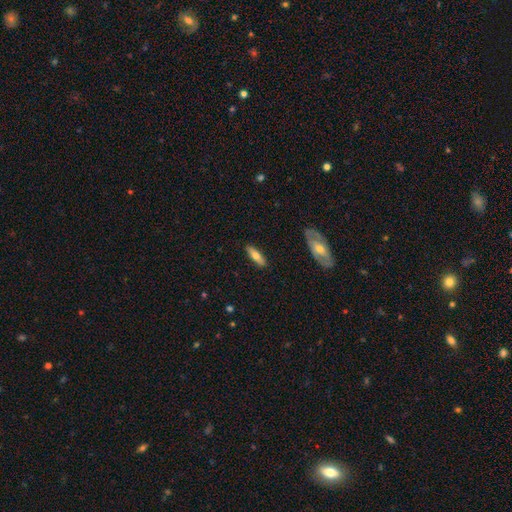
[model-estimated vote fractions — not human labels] A smooth galaxy with no disk features (59%) that is cigar-shaped (54%).

Vote fractions:
- Smooth or featured? smooth: 59% / featured or disk: 35% / star or artifact: 6%
- How rounded? cigar-shaped: 54% / in between: 44% / round: 2%
- Merging? none: 87% / minor disturbance: 10% / major disturbance: 2% / merger: 1%